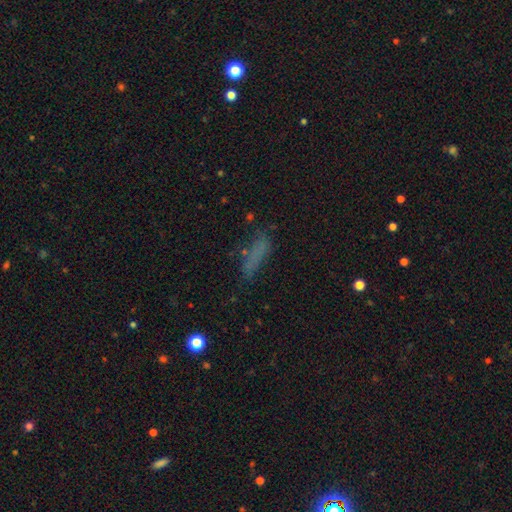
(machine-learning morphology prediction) Q: Smooth or featured?
A: smooth (63%); runner-up: featured or disk (19%)
Q: How rounded?
A: cigar-shaped (67%); runner-up: in between (30%)
Q: Merging?
A: none (61%); runner-up: minor disturbance (21%)